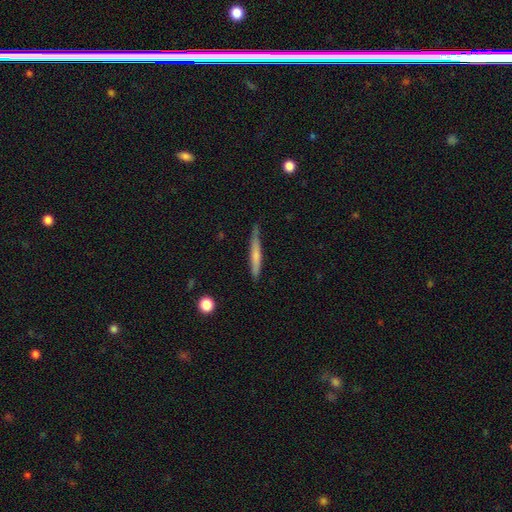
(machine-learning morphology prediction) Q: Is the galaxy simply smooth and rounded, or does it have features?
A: smooth — 58%.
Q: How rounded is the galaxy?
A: cigar-shaped — 95%.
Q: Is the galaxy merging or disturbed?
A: none — 77%.